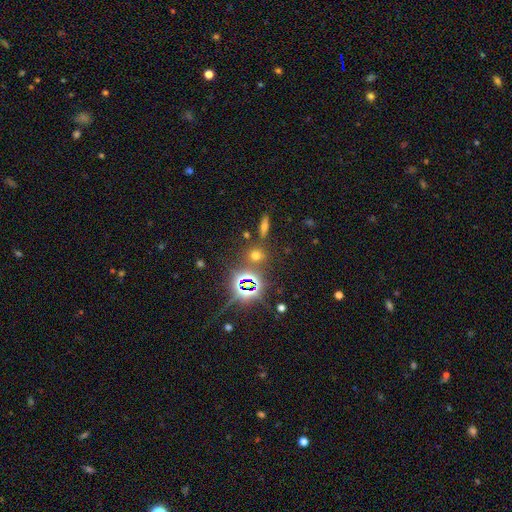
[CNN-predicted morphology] Smooth or featured: smooth — 45% (tied with star or artifact — 45%)
Merging: none — 79% (merger — 9%)